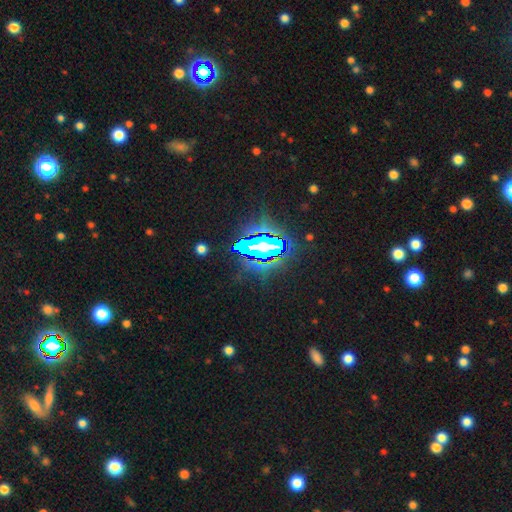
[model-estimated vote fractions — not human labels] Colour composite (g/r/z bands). It shows a star or artifact, not a galaxy (81%).